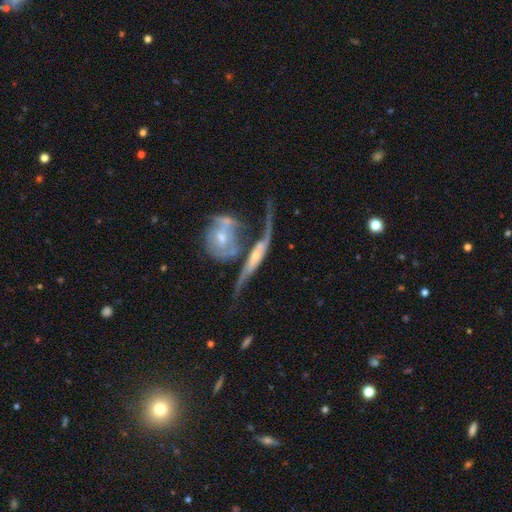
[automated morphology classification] smooth-or-featured: featured or disk: 79% | smooth: 15% | star or artifact: 6%
  disk-edge-on: no: 66% | yes: 34%
    bar: no: 52% | weak: 30% | strong: 18%
    has-spiral-arms: yes: 81% | no: 19%
    bulge-size: small: 48% | moderate: 37% | none: 8% | large: 5% | dominant: 2%
  merging: merger: 46% | none: 23% | major disturbance: 18% | minor disturbance: 13%